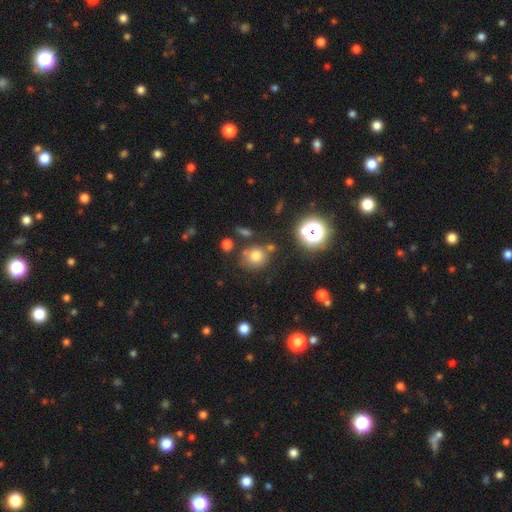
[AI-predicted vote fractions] Smooth or featured?
  - smooth: 72% *
  - star or artifact: 18%
  - featured or disk: 11%
How rounded?
  - round: 79% *
  - in between: 20%
  - cigar-shaped: 1%
Merging?
  - none: 69% *
  - minor disturbance: 15%
  - merger: 11%
  - major disturbance: 5%